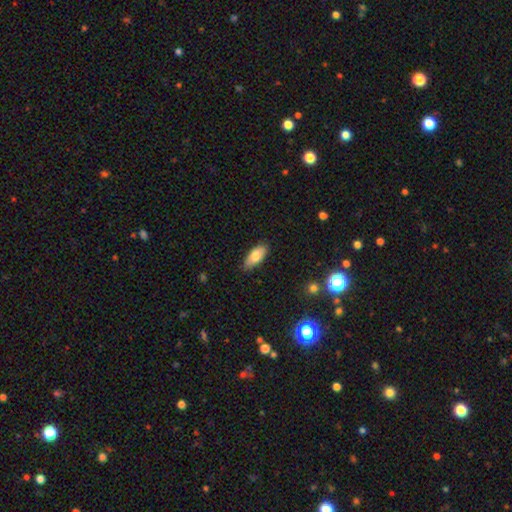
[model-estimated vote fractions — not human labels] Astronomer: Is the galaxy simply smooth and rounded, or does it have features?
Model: smooth — 79%.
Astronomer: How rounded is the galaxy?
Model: in between — 84%.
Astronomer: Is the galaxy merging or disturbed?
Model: none — 84%.